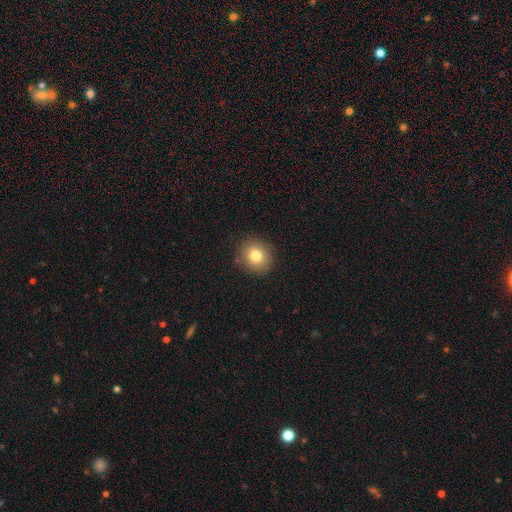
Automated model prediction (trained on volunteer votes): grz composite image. It shows a smooth galaxy with no disk features (80%) that is round (83%). Merging: none (88%).